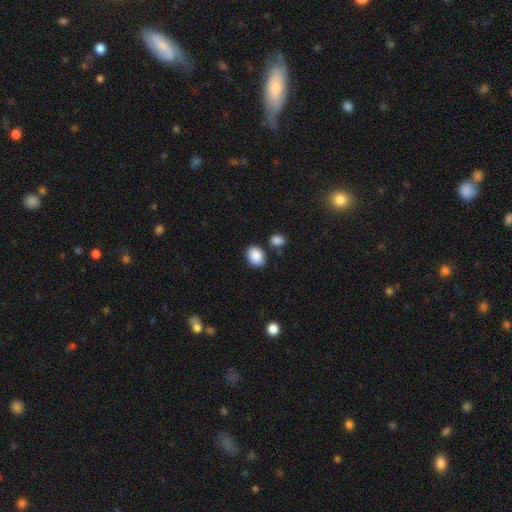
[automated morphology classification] Smooth or featured?
  - smooth: 89% *
  - star or artifact: 7%
  - featured or disk: 4%
How rounded?
  - in between: 61% *
  - round: 38%
  - cigar-shaped: 1%
Merging?
  - none: 78% *
  - minor disturbance: 12%
  - merger: 7%
  - major disturbance: 3%